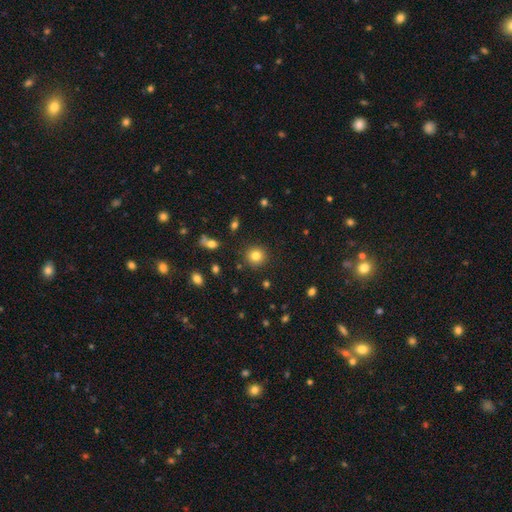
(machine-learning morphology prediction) smooth 81%, star or artifact 11%, featured or disk 8%. Down the decision tree: how rounded — round (92%); merging — none (89%).